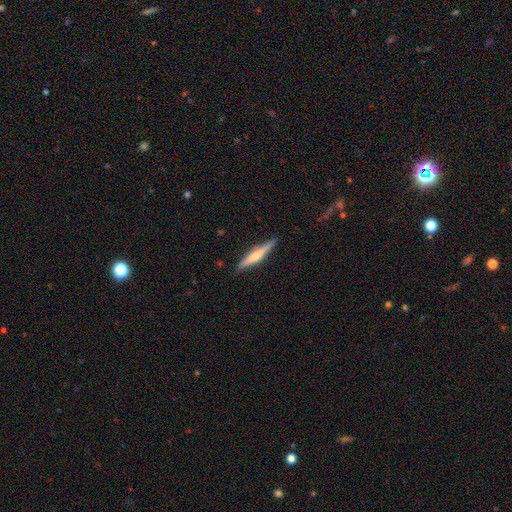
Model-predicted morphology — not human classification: A featured or disk galaxy (55%) viewed edge-on (96%) with a rounded central bulge (79%).

Vote fractions:
- Smooth or featured? featured or disk: 55% / smooth: 39% / star or artifact: 5%
- Edge-on disk? yes: 96% / no: 4%
- Edge-on bulge? rounded: 79% / none: 15% / boxy: 7%
- Merging? none: 88% / minor disturbance: 9% / major disturbance: 2% / merger: 1%